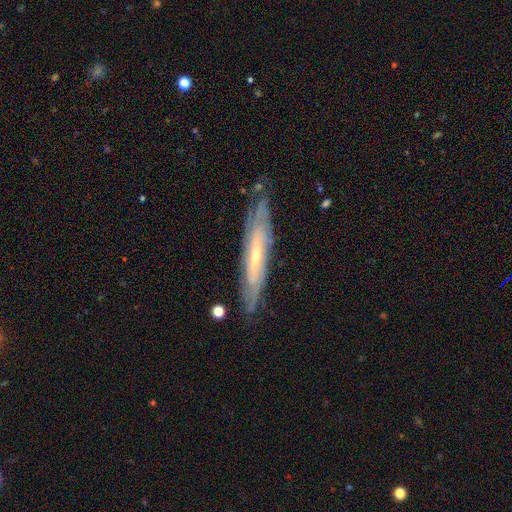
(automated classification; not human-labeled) Overall: featured or disk (75%). Edge-on disk: yes (52%; no 48%). Merging: none (78%).